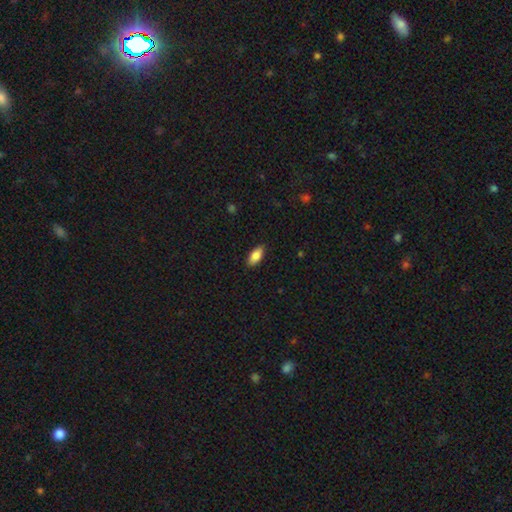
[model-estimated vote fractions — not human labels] smooth-or-featured: smooth: 85% | featured or disk: 8% | star or artifact: 7%
  how-rounded: in between: 89% | cigar-shaped: 9% | round: 2%
  merging: none: 87% | minor disturbance: 10% | major disturbance: 2% | merger: 1%